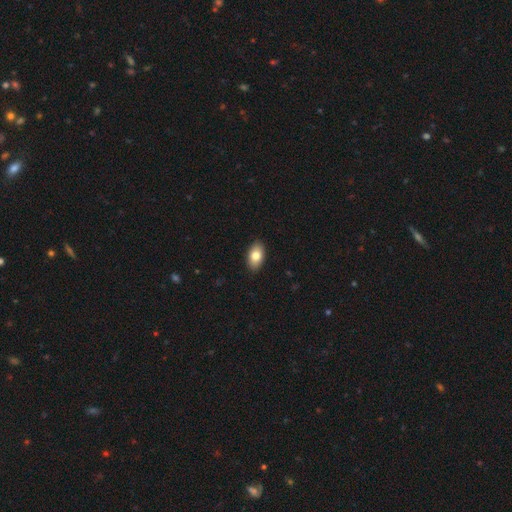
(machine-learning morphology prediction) Smooth or featured? Predicted: smooth (p=0.80). How rounded? Predicted: in between (p=0.93). Merging? Predicted: none (p=0.90).